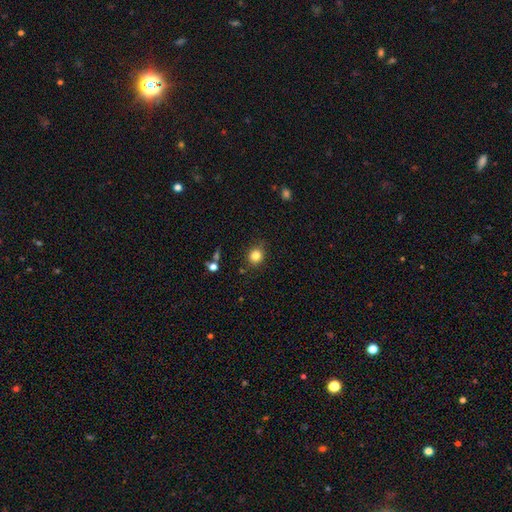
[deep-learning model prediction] A smooth galaxy with no disk features (83%) that is round (80%).

Vote fractions:
- Smooth or featured? smooth: 83% / star or artifact: 12% / featured or disk: 6%
- How rounded? round: 80% / in between: 19% / cigar-shaped: 1%
- Merging? none: 82% / minor disturbance: 13% / major disturbance: 3% / merger: 3%